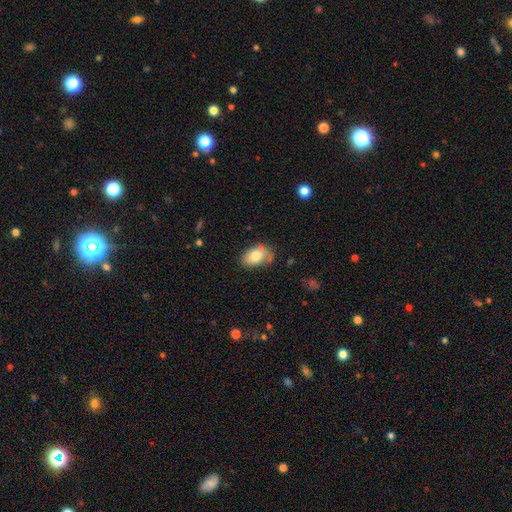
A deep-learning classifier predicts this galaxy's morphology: Smooth or featured?
  - smooth: 75% *
  - featured or disk: 17%
  - star or artifact: 8%
How rounded?
  - in between: 87% *
  - round: 12%
  - cigar-shaped: 1%
Merging?
  - none: 58% *
  - minor disturbance: 29%
  - major disturbance: 8%
  - merger: 5%